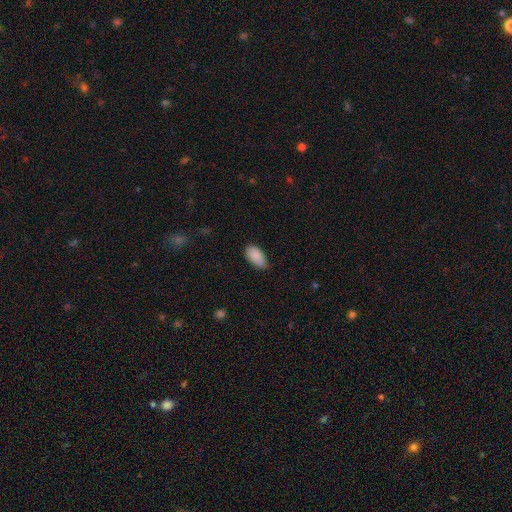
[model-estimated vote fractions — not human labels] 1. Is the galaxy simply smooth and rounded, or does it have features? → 89% smooth, 7% star or artifact, 4% featured or disk.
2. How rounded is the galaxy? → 94% in between, 3% round, 3% cigar-shaped.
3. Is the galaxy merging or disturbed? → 67% none, 27% minor disturbance, 4% major disturbance, 1% merger.